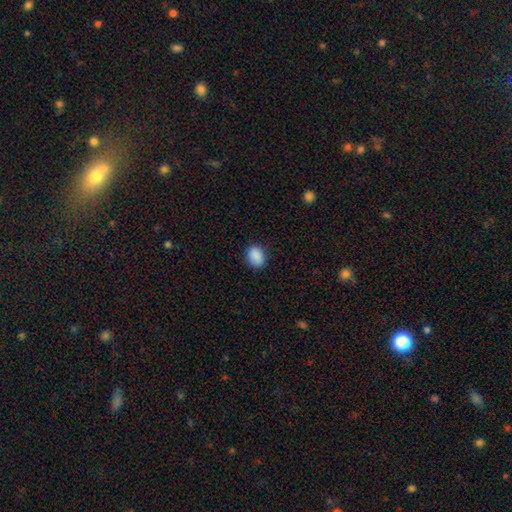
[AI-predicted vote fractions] The model was most divided on "how rounded": in between: 65%, round: 34%, cigar-shaped: 1%. More confident: smooth or featured — smooth (89%); merging — none (84%).